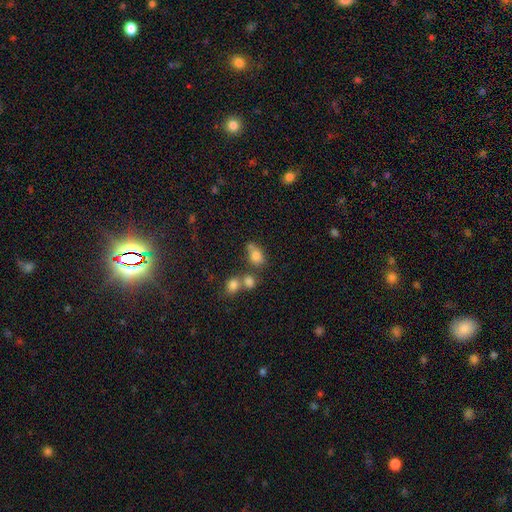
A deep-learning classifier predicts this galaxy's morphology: This appears to be a smooth galaxy with no disk features (78%) that is in between round and cigar-shaped (64%). Merging: none (45%).